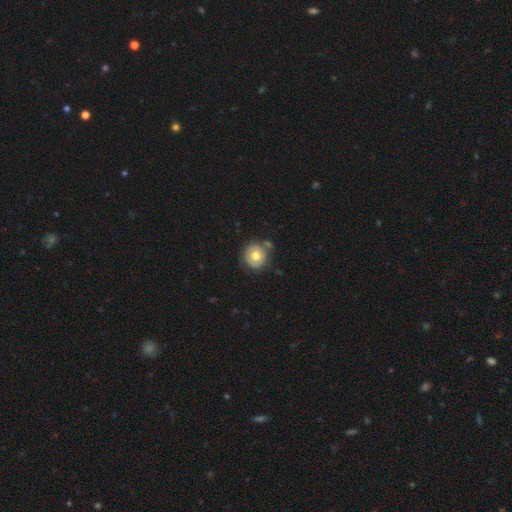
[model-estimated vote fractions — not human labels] smooth_or_featured: smooth (p=0.69) [alt: featured or disk p=0.23]
how_rounded: round (p=0.89) [alt: in between p=0.10]
merging: none (p=0.70) [alt: minor disturbance p=0.16]